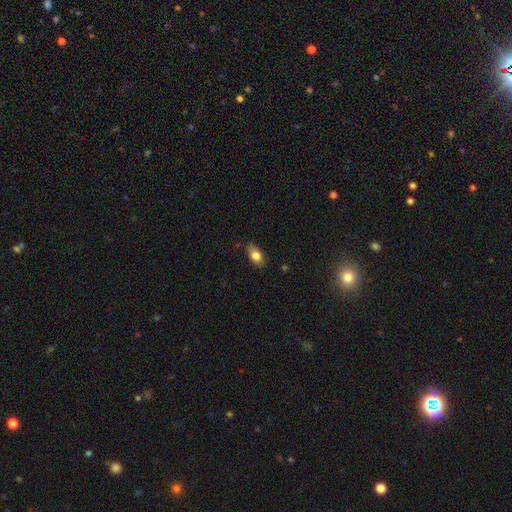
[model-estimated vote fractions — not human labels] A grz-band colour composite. It shows a smooth galaxy with no disk features (79%) that is in between round and cigar-shaped (88%). Merging: none (79%).